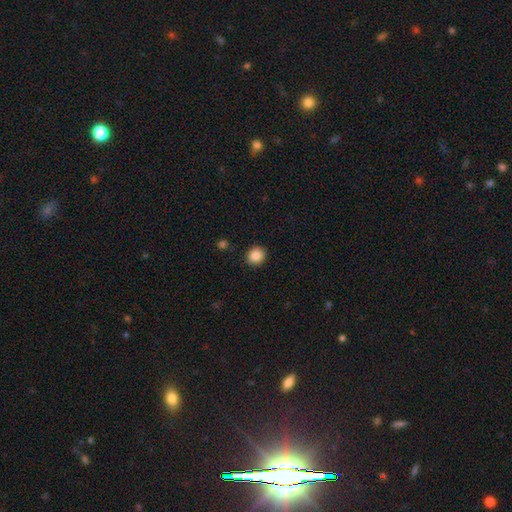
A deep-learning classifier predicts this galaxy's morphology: A smooth galaxy with no disk features (88%) that is round (81%). Merging: none (90%).